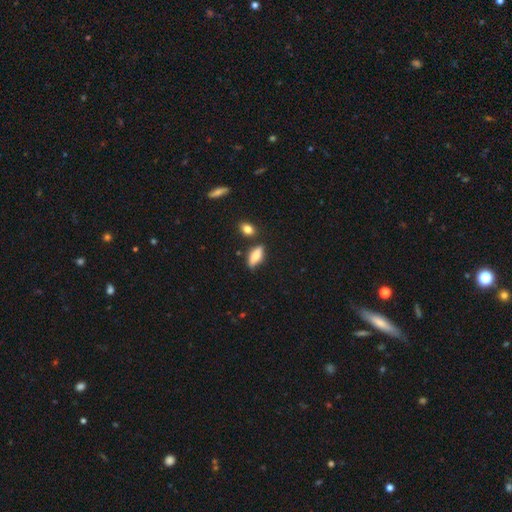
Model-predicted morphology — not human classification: smooth_or_featured: smooth (p=0.70) [alt: featured or disk p=0.22]
how_rounded: in between (p=0.68) [alt: cigar-shaped p=0.29]
merging: none (p=0.74) [alt: minor disturbance p=0.16]